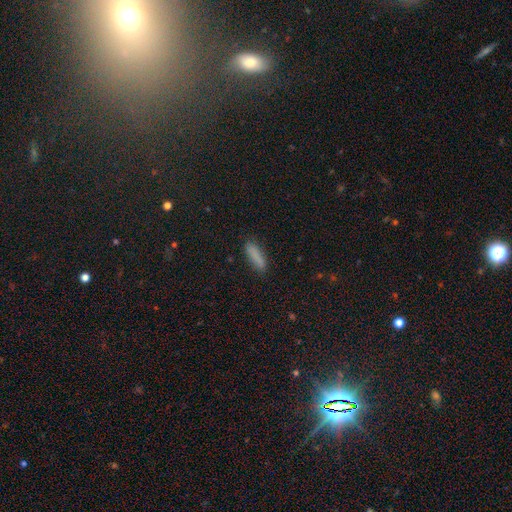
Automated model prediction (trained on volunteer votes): smooth-or-featured: smooth: 86% | star or artifact: 8% | featured or disk: 6%
  how-rounded: cigar-shaped: 68% | in between: 30% | round: 2%
  merging: none: 85% | minor disturbance: 11% | major disturbance: 2% | merger: 1%